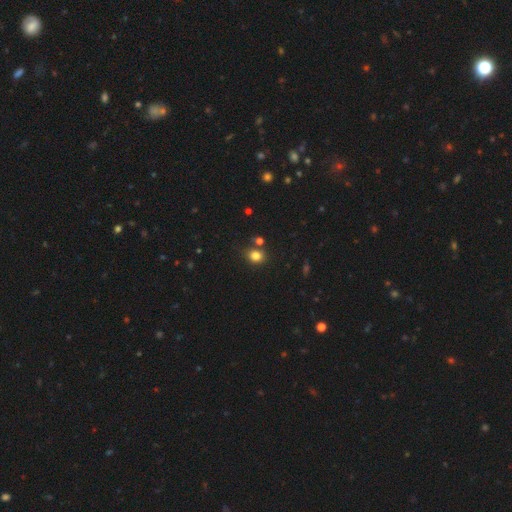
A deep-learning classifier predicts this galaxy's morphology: A smooth galaxy with no disk features (81%) that is round (67%).

Vote fractions:
- Smooth or featured? smooth: 81% / star or artifact: 13% / featured or disk: 6%
- How rounded? round: 67% / in between: 32% / cigar-shaped: 1%
- Merging? none: 74% / minor disturbance: 12% / merger: 11% / major disturbance: 3%